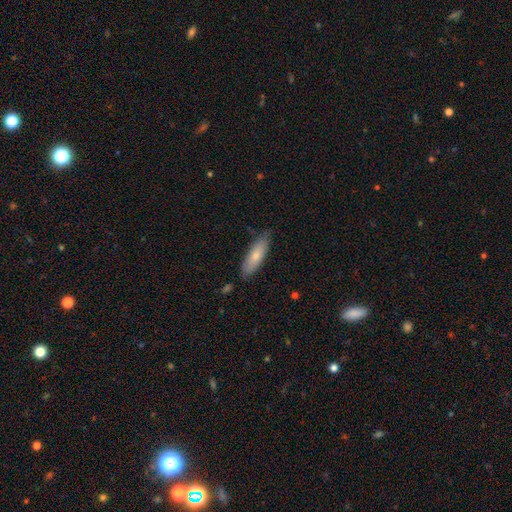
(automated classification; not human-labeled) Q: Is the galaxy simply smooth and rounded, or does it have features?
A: smooth — 72%.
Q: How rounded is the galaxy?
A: cigar-shaped — 50%.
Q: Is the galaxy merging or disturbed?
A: none — 80%.